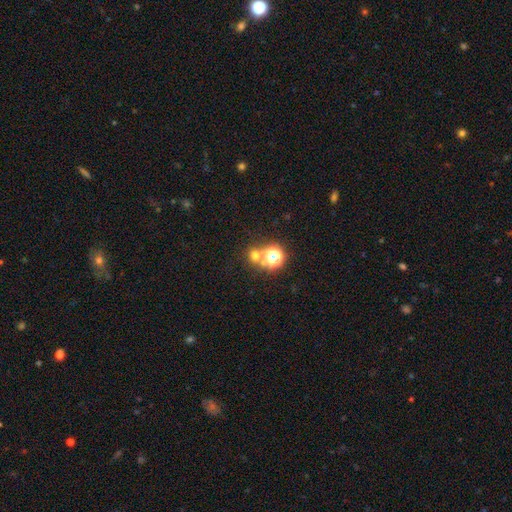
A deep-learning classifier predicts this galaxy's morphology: This appears to be a smooth galaxy with no disk features (58%) that is round (86%). Merging: none (64%).